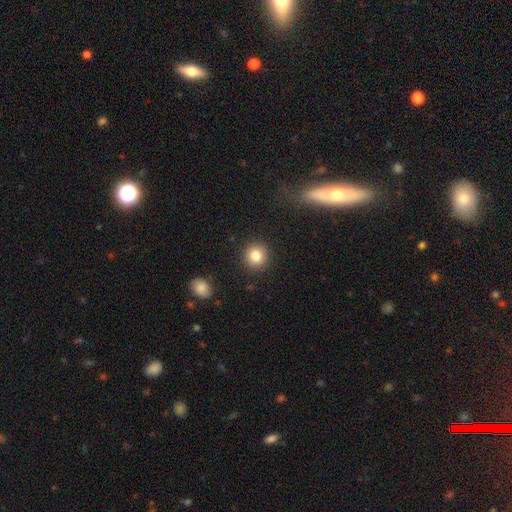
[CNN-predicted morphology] smooth_or_featured: smooth (p=0.83) [alt: star or artifact p=0.10]
how_rounded: round (p=0.91) [alt: in between p=0.08]
merging: none (p=0.90) [alt: minor disturbance p=0.06]